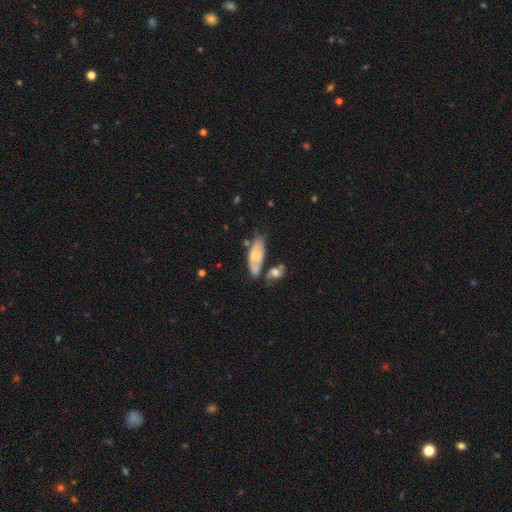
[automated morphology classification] The model was most divided on "merging": none: 50%, minor disturbance: 24%, merger: 19%, major disturbance: 8%. More confident: how rounded — in between (81%); smooth or featured — smooth (61%).